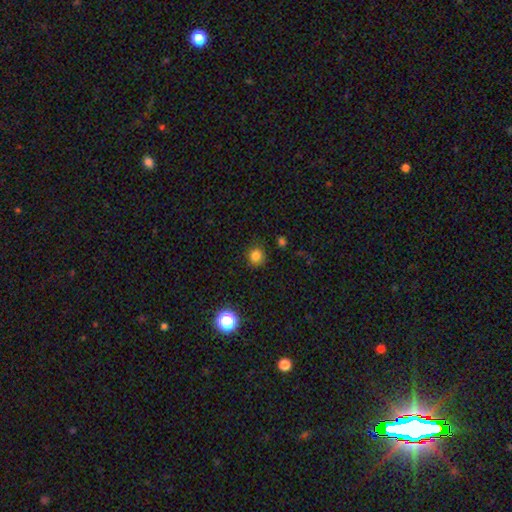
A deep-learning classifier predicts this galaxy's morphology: type=smooth (81%); roundness=round (88%); merging=none (86%).